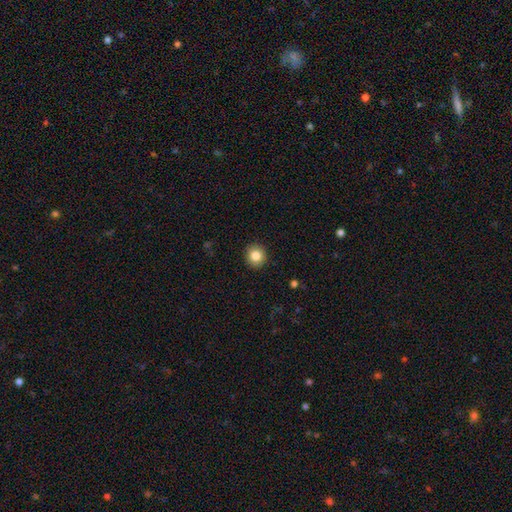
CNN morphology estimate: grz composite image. It shows a smooth galaxy with no disk features (83%) that is round (90%). Merging: none (92%).